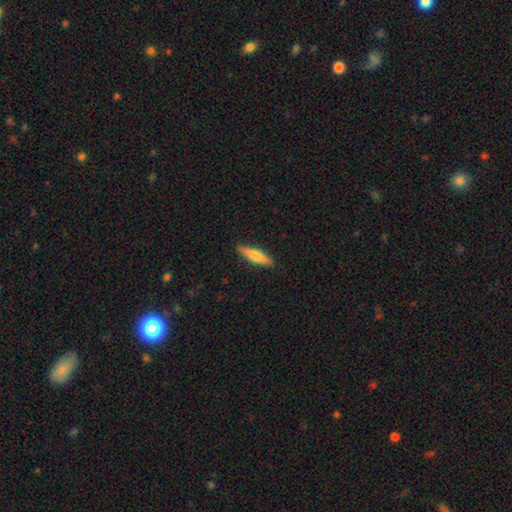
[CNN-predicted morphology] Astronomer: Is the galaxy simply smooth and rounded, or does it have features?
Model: smooth — 74%.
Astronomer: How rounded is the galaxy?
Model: cigar-shaped — 72%.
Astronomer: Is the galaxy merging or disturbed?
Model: none — 89%.